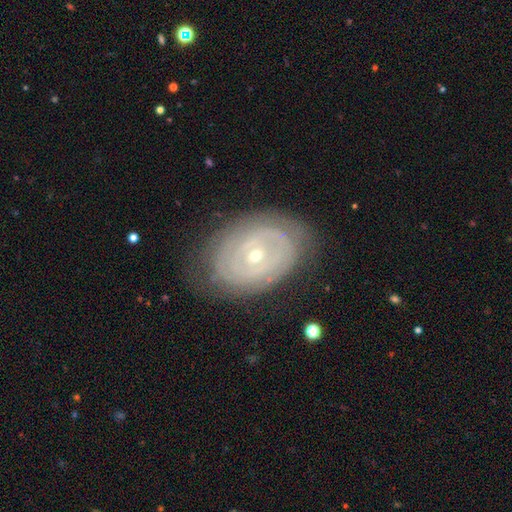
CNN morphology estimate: smooth-or-featured: featured or disk: 78% | smooth: 16% | star or artifact: 6%
  disk-edge-on: no: 95% | yes: 5%
    bar: no: 73% | weak: 20% | strong: 7%
    has-spiral-arms: yes: 66% | no: 34%
    bulge-size: small: 68% | moderate: 29% | large: 1% | dominant: 1% | none: 1%
  merging: none: 77% | minor disturbance: 16% | major disturbance: 6% | merger: 1%